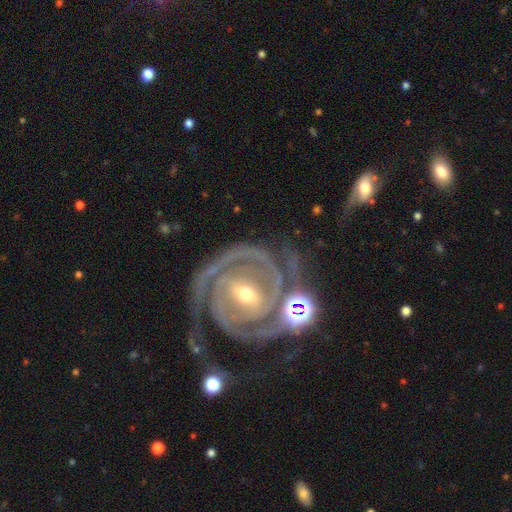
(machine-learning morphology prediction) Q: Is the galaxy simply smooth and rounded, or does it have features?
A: featured or disk — 92%.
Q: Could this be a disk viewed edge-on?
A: no — 97%.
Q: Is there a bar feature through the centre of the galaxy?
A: weak — 37%.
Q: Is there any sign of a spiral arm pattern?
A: yes — 98%.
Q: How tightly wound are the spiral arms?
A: tight — 77%.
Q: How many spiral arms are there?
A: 2 — 54%.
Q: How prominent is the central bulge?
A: small — 52%.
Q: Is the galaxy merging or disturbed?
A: none — 62%.